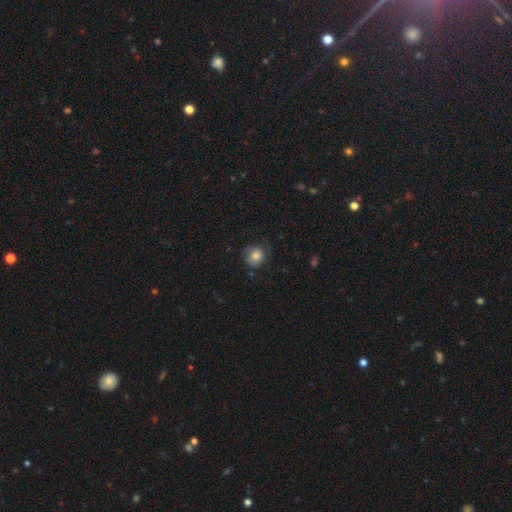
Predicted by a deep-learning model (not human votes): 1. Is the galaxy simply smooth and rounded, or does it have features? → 77% smooth, 14% featured or disk, 9% star or artifact.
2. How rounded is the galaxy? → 82% round, 17% in between, 1% cigar-shaped.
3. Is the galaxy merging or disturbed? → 65% none, 24% minor disturbance, 9% major disturbance, 2% merger.